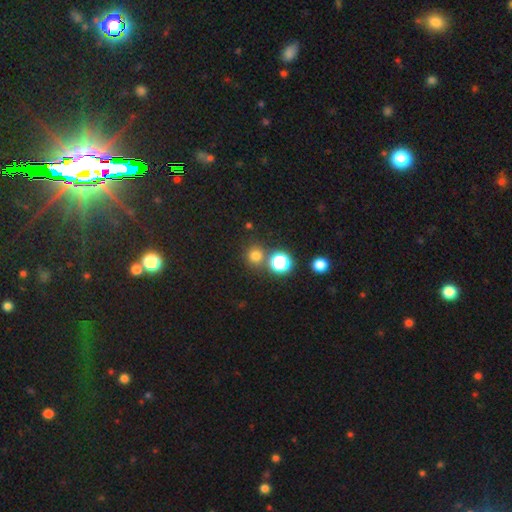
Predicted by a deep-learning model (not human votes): Q: Smooth or featured?
A: smooth (72%); runner-up: star or artifact (22%)
Q: How rounded?
A: round (92%); runner-up: in between (7%)
Q: Merging?
A: none (78%); runner-up: merger (12%)